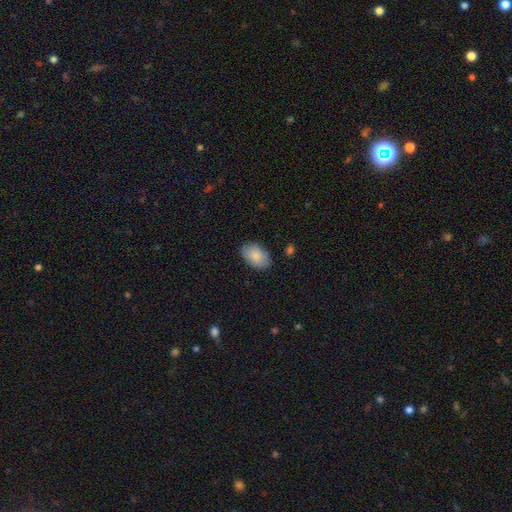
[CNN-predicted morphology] A smooth galaxy with no disk features (86%) that is in between round and cigar-shaped (91%).

Vote fractions:
- Smooth or featured? smooth: 86% / featured or disk: 8% / star or artifact: 6%
- How rounded? in between: 91% / round: 8% / cigar-shaped: 1%
- Merging? none: 84% / minor disturbance: 12% / major disturbance: 3% / merger: 1%